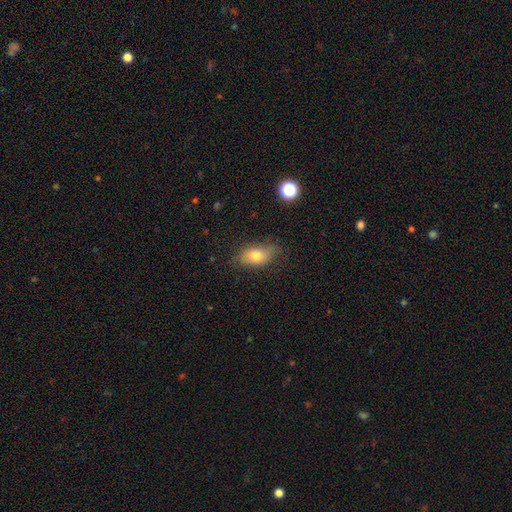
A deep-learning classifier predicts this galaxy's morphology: smooth 75%, featured or disk 16%, star or artifact 9%. Down the decision tree: how rounded — in between (87%); merging — none (70%).